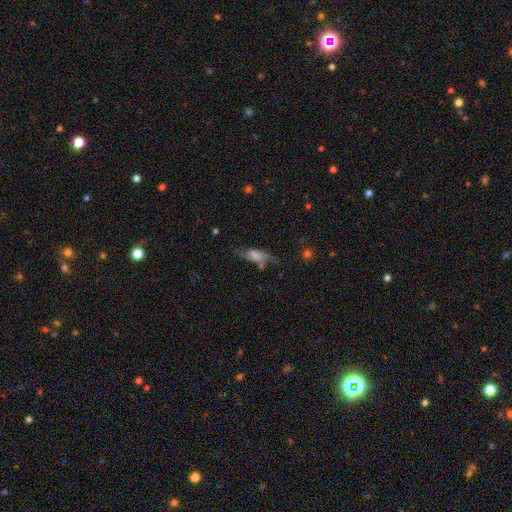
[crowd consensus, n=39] A smooth galaxy with no disk features (64%) that is in between round and cigar-shaped (72%). Merging: none (49%).